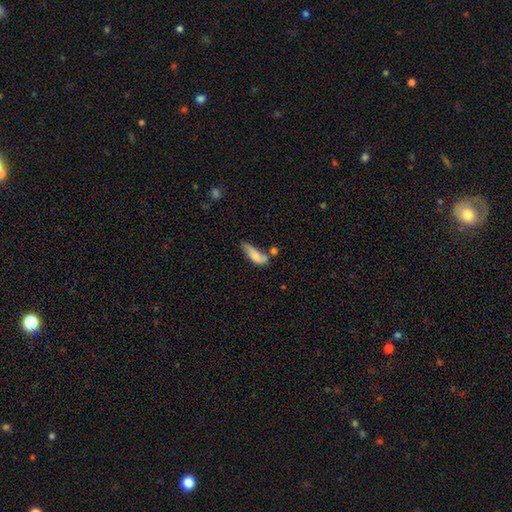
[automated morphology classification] A smooth galaxy with no disk features (73%) that is in between round and cigar-shaped (67%). Merging: none (33%).